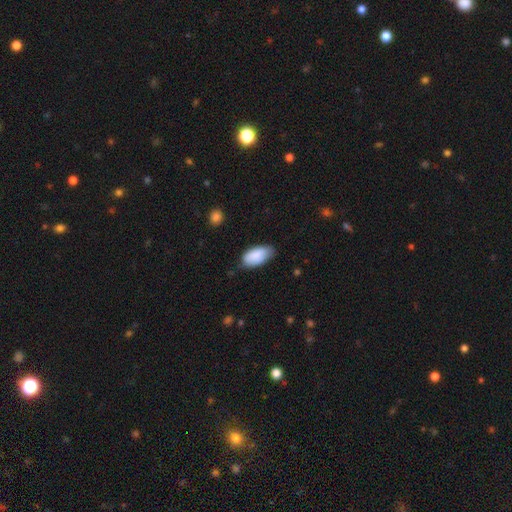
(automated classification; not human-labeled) Morphology: type=smooth (88%); roundness=in between (94%); merging=none (68%).